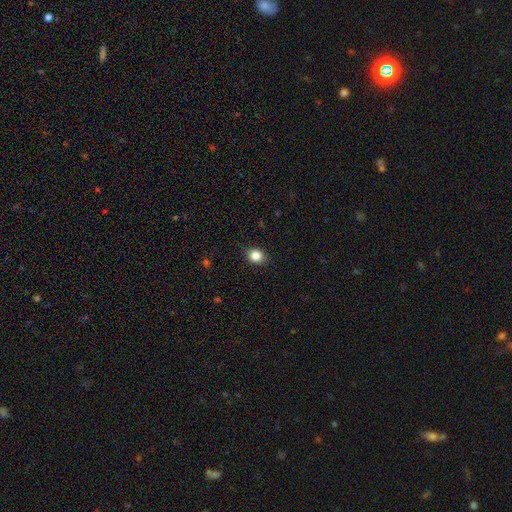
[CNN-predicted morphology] This is clearly a smooth galaxy (84%). How rounded: possibly round (55%). Merging: clearly none (90%).